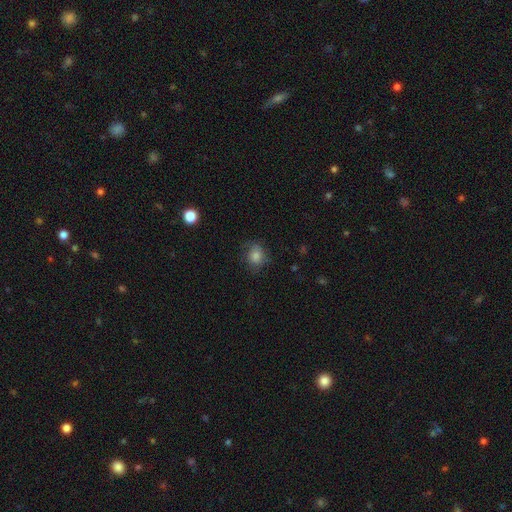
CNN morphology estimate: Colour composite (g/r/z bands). It shows a smooth galaxy with no disk features (68%) that is round (62%). Merging: none (65%).